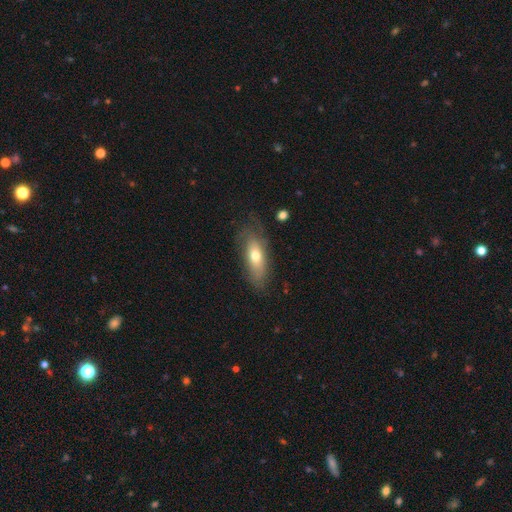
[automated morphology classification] A smooth galaxy with no disk features (63%) that is in between round and cigar-shaped (72%). Merging: none (65%).